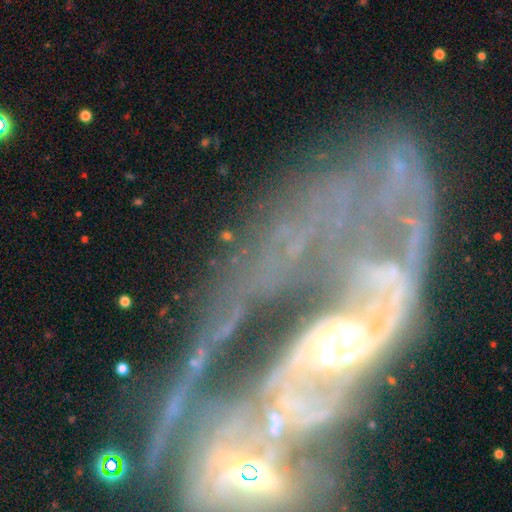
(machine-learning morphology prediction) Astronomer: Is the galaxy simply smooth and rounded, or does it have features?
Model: featured or disk — 80%.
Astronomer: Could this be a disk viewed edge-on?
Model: no — 92%.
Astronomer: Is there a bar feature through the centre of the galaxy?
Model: no — 49% (runner-up: weak, 29%).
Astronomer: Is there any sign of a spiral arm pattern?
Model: yes — 78%.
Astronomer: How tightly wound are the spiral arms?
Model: loose — 37%, tied with medium at 37%.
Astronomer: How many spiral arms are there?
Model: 2 — 45% (runner-up: can't tell, 27%).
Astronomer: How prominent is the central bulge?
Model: moderate — 58%.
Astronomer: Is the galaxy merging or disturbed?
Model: merger — 53%.